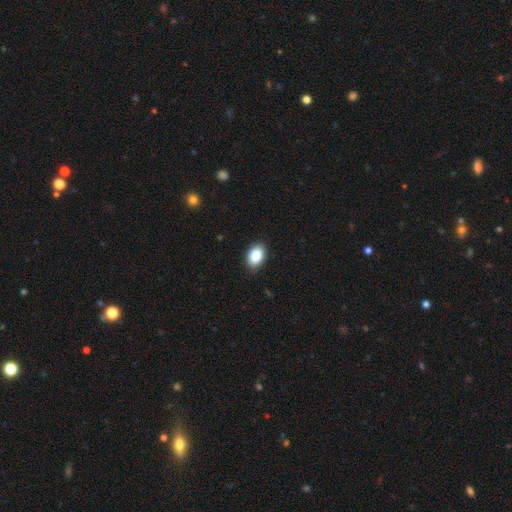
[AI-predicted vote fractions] A smooth galaxy with no disk features (87%) that is in between round and cigar-shaped (86%). Merging: none (88%).